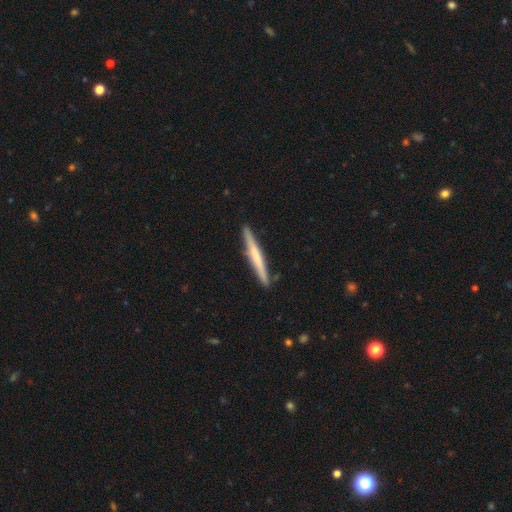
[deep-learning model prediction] This appears to be a featured or disk galaxy (48%). Merging: none (90%).